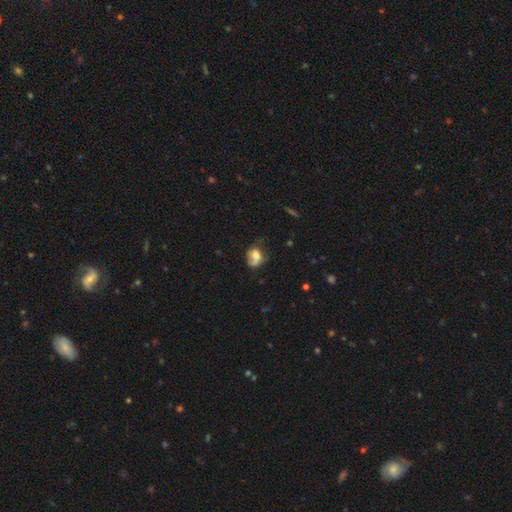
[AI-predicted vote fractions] Smooth or featured?
  - smooth: 62% *
  - featured or disk: 27%
  - star or artifact: 11%
How rounded?
  - in between: 57% *
  - round: 41%
  - cigar-shaped: 1%
Merging?
  - none: 31% *
  - minor disturbance: 24%
  - merger: 23%
  - major disturbance: 22%